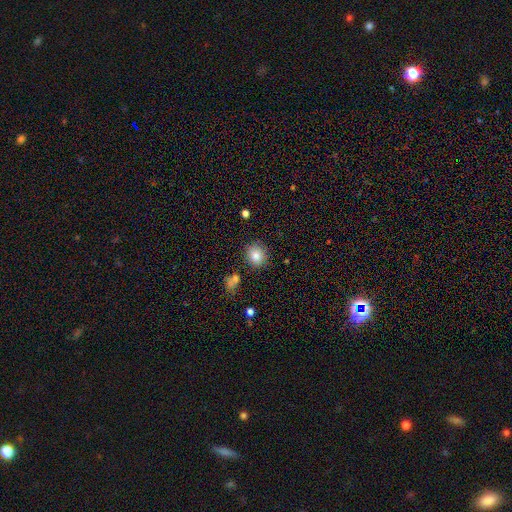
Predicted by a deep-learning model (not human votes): smooth 83%, star or artifact 10%, featured or disk 7%. Down the decision tree: how rounded — round (79%); merging — none (82%).